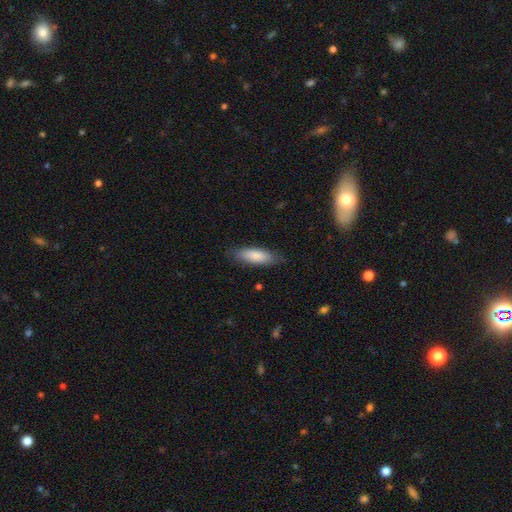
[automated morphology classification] Overall: smooth (85%). How rounded: in between (57%; cigar-shaped 41%). Merging: none (83%).